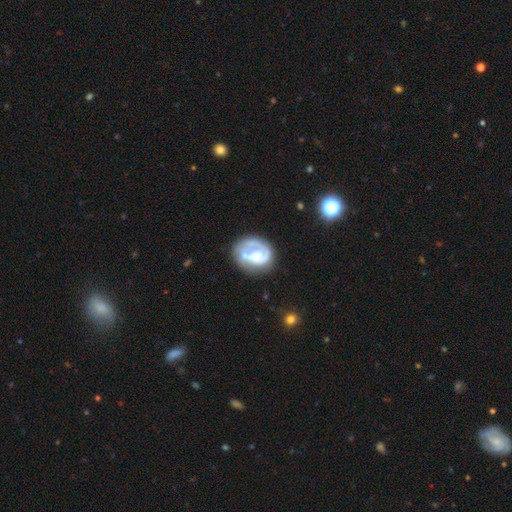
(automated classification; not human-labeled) Overall: featured or disk (66%; smooth 28%). Edge-on disk: no (98%). Bar: no (71%). Spiral arms: yes (70%). Bulge size: moderate (35%; small 27%). Merging: none (50%; minor disturbance 22%).